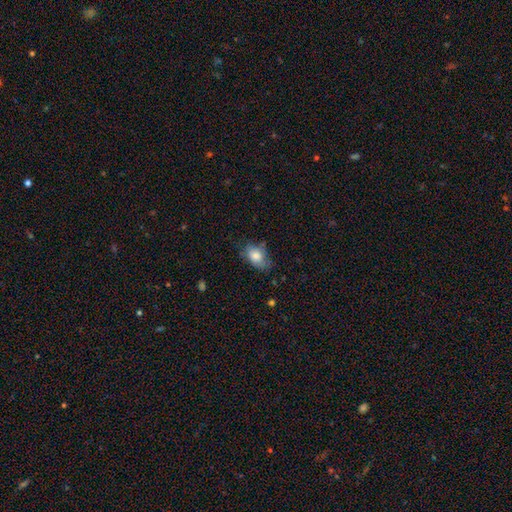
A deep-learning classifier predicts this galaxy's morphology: type=smooth (79%); roundness=in between (89%); merging=none (58%).